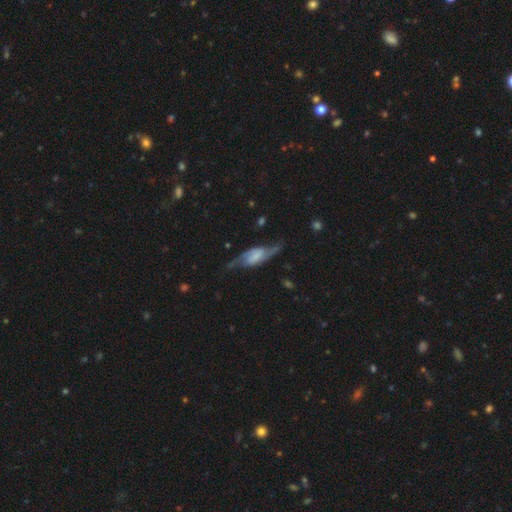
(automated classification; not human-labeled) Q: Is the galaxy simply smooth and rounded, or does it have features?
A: featured or disk — 79%.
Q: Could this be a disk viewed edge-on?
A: no — 88%.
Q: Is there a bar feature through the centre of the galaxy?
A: weak — 40%.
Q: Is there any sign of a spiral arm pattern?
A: yes — 93%.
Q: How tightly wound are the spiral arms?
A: loose — 66%.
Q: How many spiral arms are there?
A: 2 — 92%.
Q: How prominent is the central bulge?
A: none — 44%.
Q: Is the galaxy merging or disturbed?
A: none — 64%.